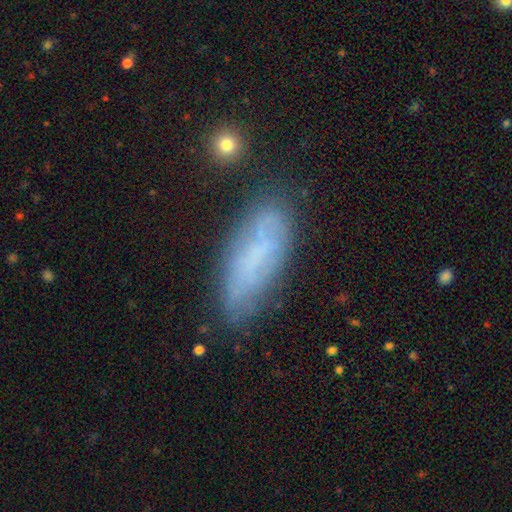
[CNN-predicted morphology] A smooth galaxy with no disk features (52%) that is in between round and cigar-shaped (62%).

Vote fractions:
- Smooth or featured? smooth: 52% / featured or disk: 38% / star or artifact: 11%
- How rounded? in between: 62% / cigar-shaped: 35% / round: 3%
- Merging? none: 66% / minor disturbance: 23% / major disturbance: 8% / merger: 3%